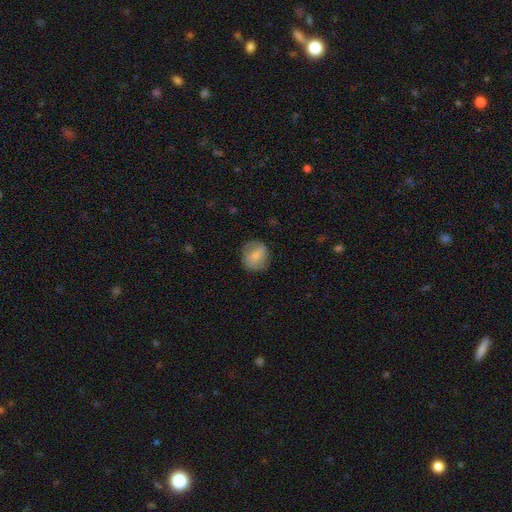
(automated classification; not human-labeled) smooth-or-featured: smooth: 67% | featured or disk: 26% | star or artifact: 7%
  how-rounded: round: 79% | in between: 20% | cigar-shaped: 1%
  merging: none: 76% | minor disturbance: 17% | major disturbance: 6% | merger: 1%